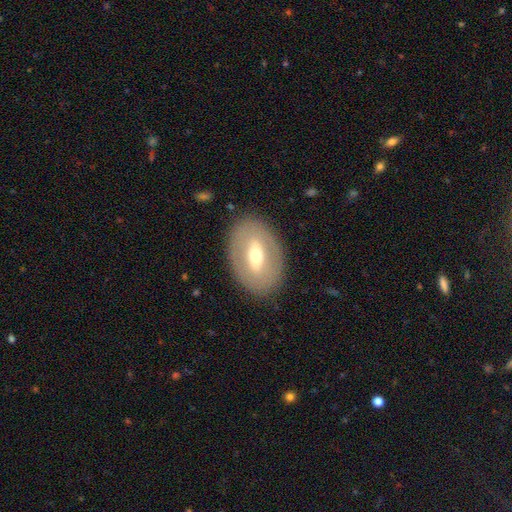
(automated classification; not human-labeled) A featured or disk galaxy (54%).

Vote fractions:
- Smooth or featured? featured or disk: 54% / smooth: 39% / star or artifact: 7%
- Edge-on disk? no: 86% / yes: 14%
- Merging? none: 84% / minor disturbance: 10% / major disturbance: 5% / merger: 1%